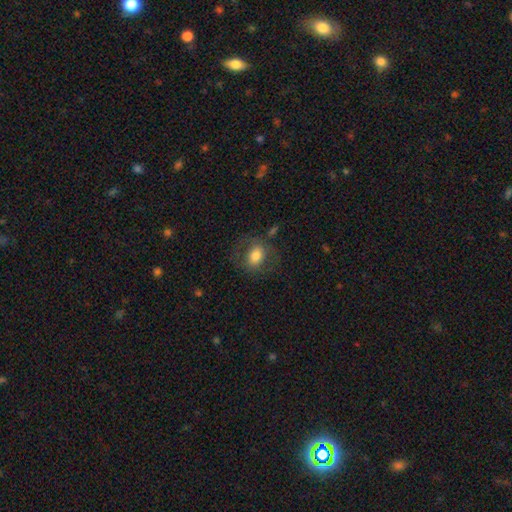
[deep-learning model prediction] smooth 71%, featured or disk 21%, star or artifact 8%. Down the decision tree: how rounded — in between (58%); merging — none (65%).